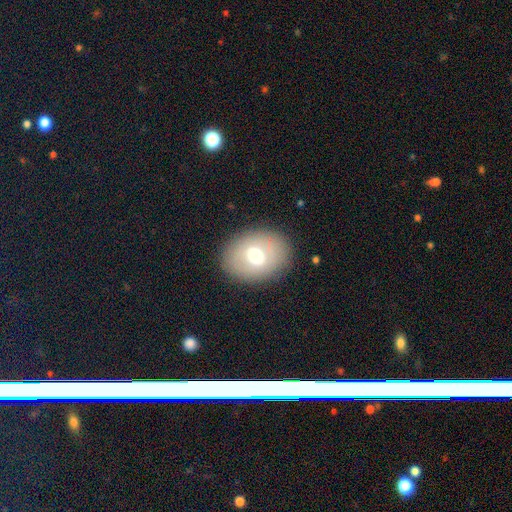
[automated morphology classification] smooth-or-featured: smooth: 63% | featured or disk: 27% | star or artifact: 10%
  how-rounded: in between: 60% | round: 39% | cigar-shaped: 1%
  merging: none: 85% | minor disturbance: 10% | major disturbance: 4% | merger: 1%